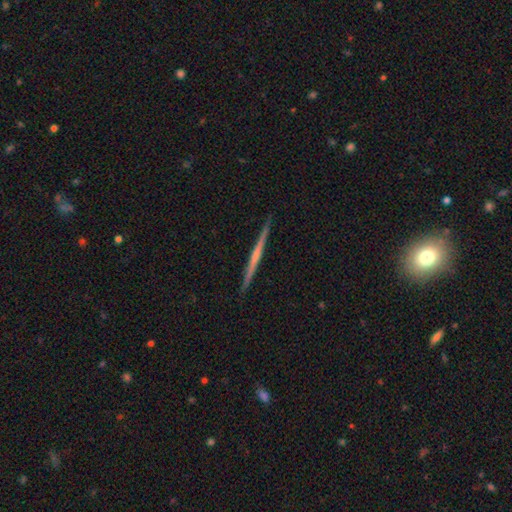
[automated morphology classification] Smooth or featured?
  - featured or disk: 65% *
  - smooth: 29%
  - star or artifact: 5%
Edge-on disk?
  - yes: 98% *
  - no: 2%
Edge-on bulge?
  - none: 69% *
  - rounded: 24%
  - boxy: 7%
Merging?
  - none: 92% *
  - minor disturbance: 6%
  - major disturbance: 1%
  - merger: 1%